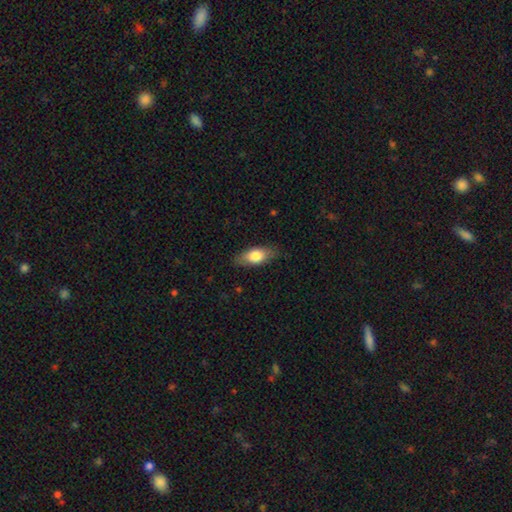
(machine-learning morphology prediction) type=smooth (76%); roundness=in between (83%); merging=none (81%).